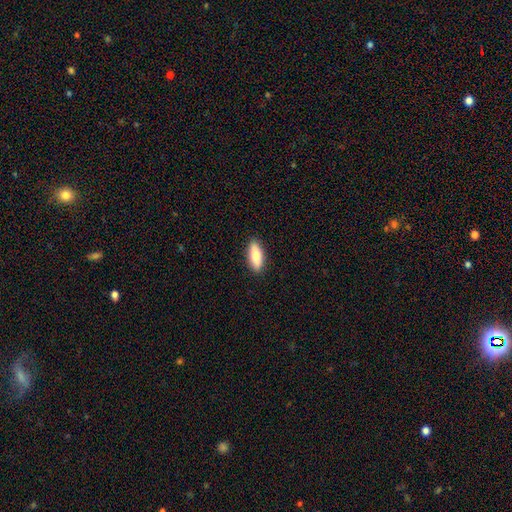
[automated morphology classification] Overall: smooth (77%). How rounded: in between (67%; cigar-shaped 31%). Merging: none (89%).